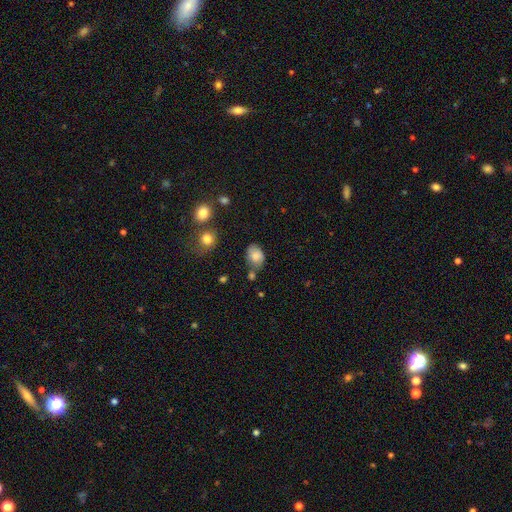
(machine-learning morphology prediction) This is likely a smooth galaxy (79%). How rounded: likely in between (72%). Merging: possibly none (59%).